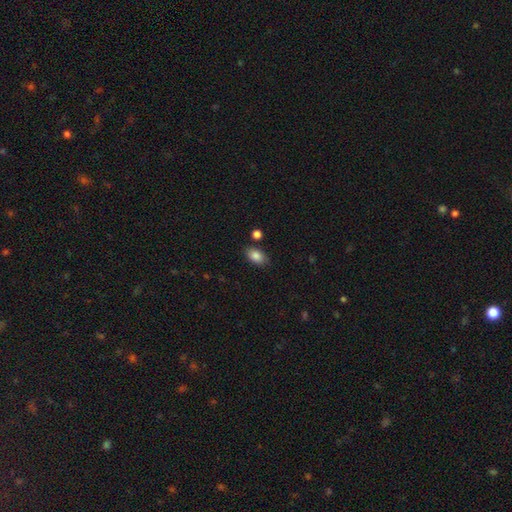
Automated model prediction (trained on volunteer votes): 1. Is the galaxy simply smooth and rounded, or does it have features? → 86% smooth, 8% star or artifact, 6% featured or disk.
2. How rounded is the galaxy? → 89% in between, 9% round, 2% cigar-shaped.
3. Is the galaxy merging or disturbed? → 80% none, 12% minor disturbance, 5% merger, 3% major disturbance.